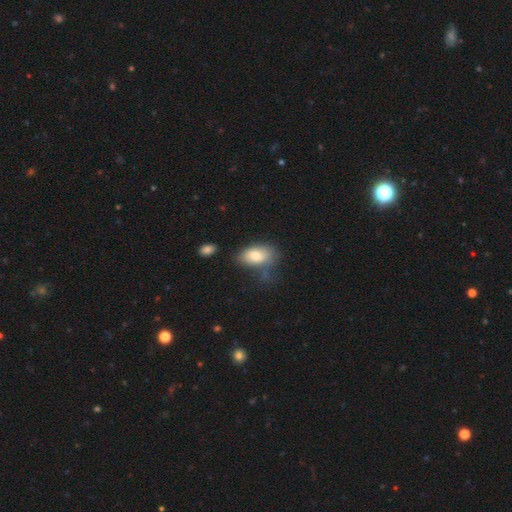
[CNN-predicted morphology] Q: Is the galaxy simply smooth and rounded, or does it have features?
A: smooth — 78%.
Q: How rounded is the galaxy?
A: in between — 91%.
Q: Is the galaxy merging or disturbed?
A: none — 54%.